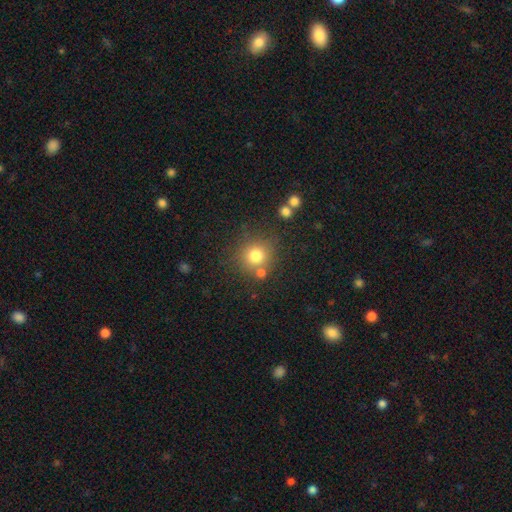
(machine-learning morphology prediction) Smooth or featured? Predicted: smooth (p=0.77). How rounded? Predicted: round (p=0.91). Merging? Predicted: none (p=0.73).